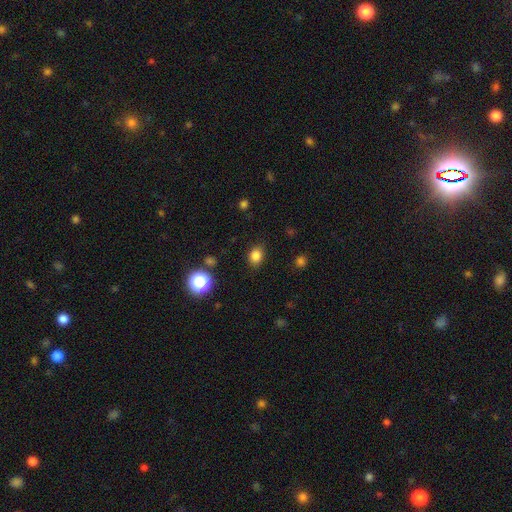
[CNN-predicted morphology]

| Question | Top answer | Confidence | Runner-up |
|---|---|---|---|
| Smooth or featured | smooth | 82% | star or artifact (13%) |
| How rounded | in between | 52% | round (47%) |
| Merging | none | 85% | minor disturbance (10%) |